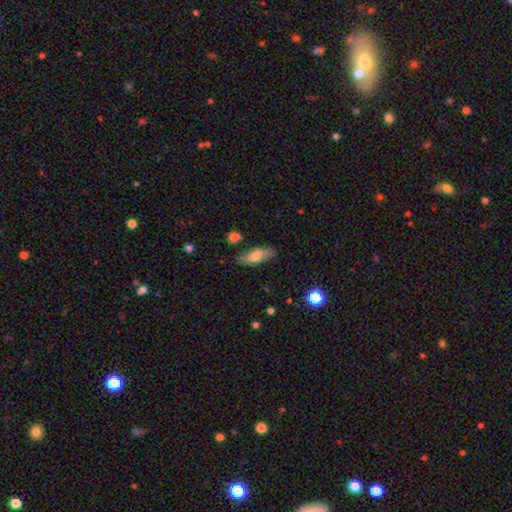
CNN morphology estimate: Smooth or featured? smooth (68%)
How rounded? in between (81%)
Merging? none (77%)